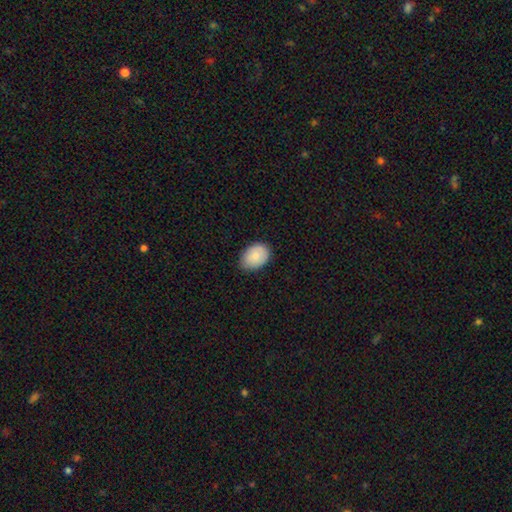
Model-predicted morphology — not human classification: The model was most divided on "merging": none: 75%, minor disturbance: 21%, major disturbance: 3%, merger: 1%. More confident: smooth or featured — smooth (83%); how rounded — in between (80%).